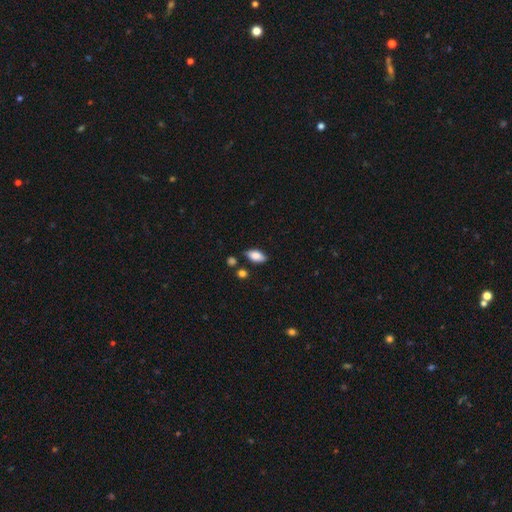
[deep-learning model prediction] This appears to be a smooth galaxy with no disk features (80%) that is in between round and cigar-shaped (90%). Merging: none (80%).